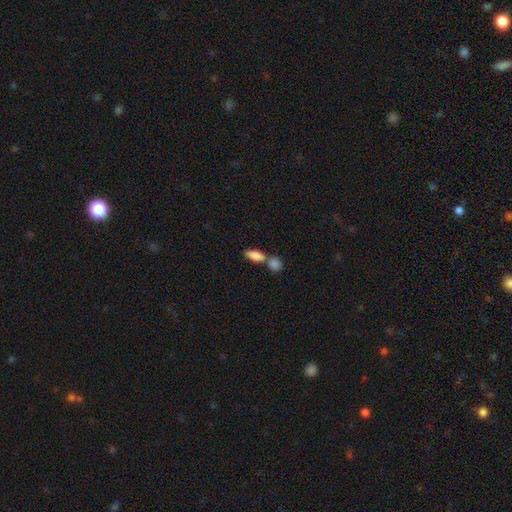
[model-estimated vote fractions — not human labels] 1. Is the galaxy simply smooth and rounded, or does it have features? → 86% smooth, 7% featured or disk, 7% star or artifact.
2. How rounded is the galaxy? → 83% in between, 13% cigar-shaped, 5% round.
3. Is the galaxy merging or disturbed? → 45% merger, 43% none, 9% minor disturbance, 3% major disturbance.